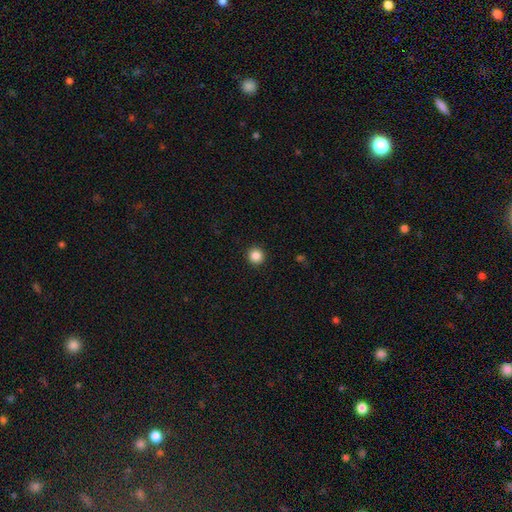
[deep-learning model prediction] This is clearly a smooth galaxy (87%). How rounded: clearly round (95%). Merging: clearly none (93%).